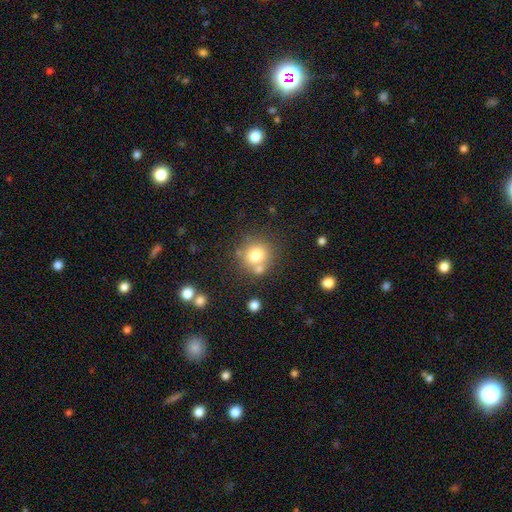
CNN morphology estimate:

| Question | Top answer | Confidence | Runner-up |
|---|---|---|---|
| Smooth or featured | smooth | 75% | star or artifact (13%) |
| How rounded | round | 89% | in between (10%) |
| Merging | none | 66% | merger (19%) |